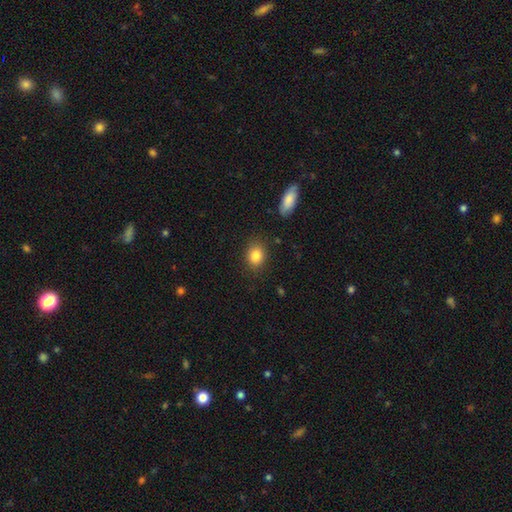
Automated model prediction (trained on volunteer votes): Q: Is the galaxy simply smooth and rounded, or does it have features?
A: smooth — 84%.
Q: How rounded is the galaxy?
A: round — 53%.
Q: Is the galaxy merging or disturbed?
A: none — 85%.